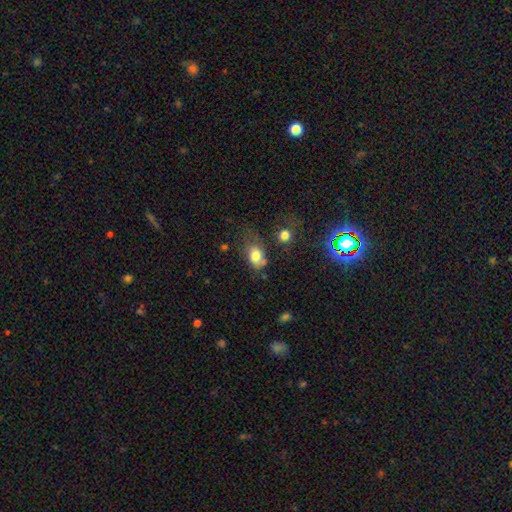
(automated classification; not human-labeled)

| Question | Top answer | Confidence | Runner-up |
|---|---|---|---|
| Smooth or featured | smooth | 76% | featured or disk (15%) |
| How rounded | in between | 78% | round (20%) |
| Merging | none | 41% | minor disturbance (31%) |